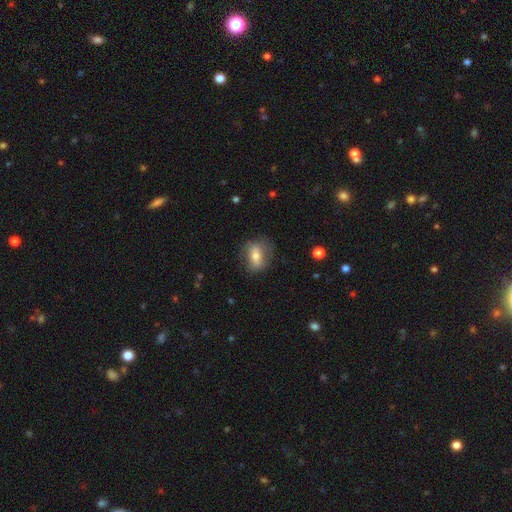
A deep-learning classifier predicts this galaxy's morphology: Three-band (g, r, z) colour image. It shows a smooth galaxy with no disk features (61%) that is in between round and cigar-shaped (73%). Merging: none (72%).